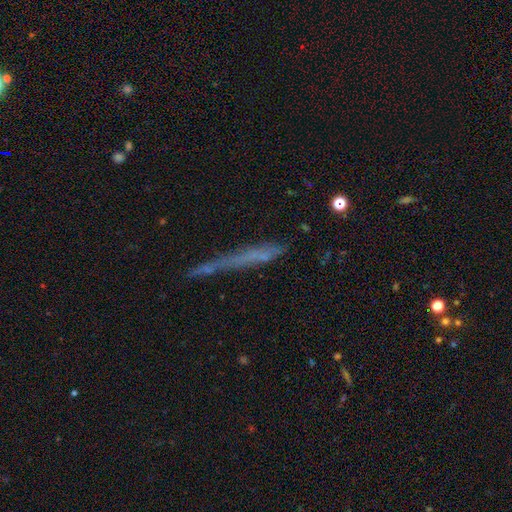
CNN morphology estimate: smooth_or_featured: smooth (p=0.46) [alt: featured or disk p=0.39]
merging: none (p=0.60) [alt: minor disturbance p=0.21]